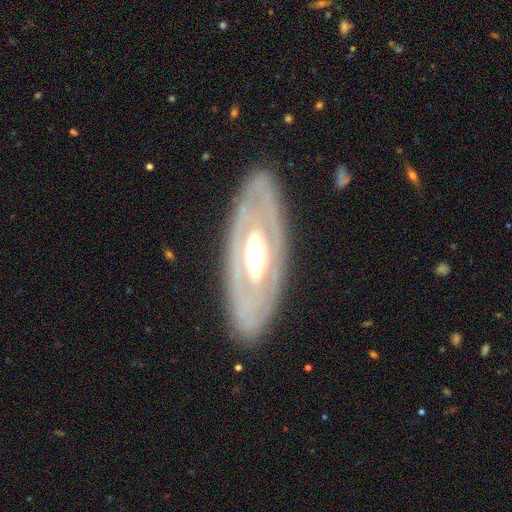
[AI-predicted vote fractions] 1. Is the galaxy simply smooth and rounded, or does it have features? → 78% featured or disk, 18% smooth, 5% star or artifact.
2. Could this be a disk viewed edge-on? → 80% no, 20% yes.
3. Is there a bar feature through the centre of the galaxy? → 63% no, 20% weak, 18% strong.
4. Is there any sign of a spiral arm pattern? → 67% no, 33% yes.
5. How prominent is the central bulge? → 60% moderate, 29% large, 7% small, 3% dominant, 1% none.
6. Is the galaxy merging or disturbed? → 82% none, 12% minor disturbance, 5% major disturbance, 1% merger.